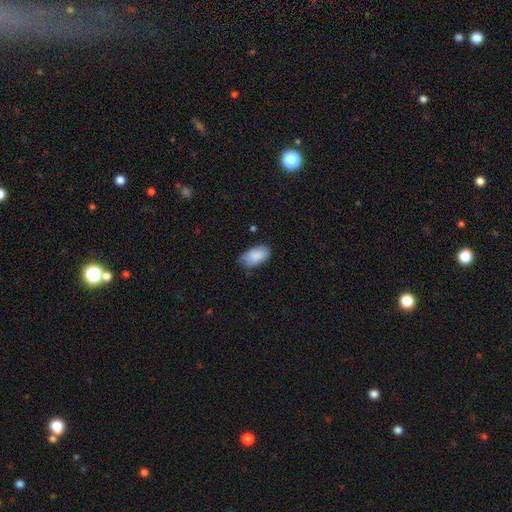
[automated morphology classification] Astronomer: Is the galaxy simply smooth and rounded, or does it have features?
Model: smooth — 88%.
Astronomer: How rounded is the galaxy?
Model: in between — 94%.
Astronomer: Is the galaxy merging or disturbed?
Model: none — 67%.